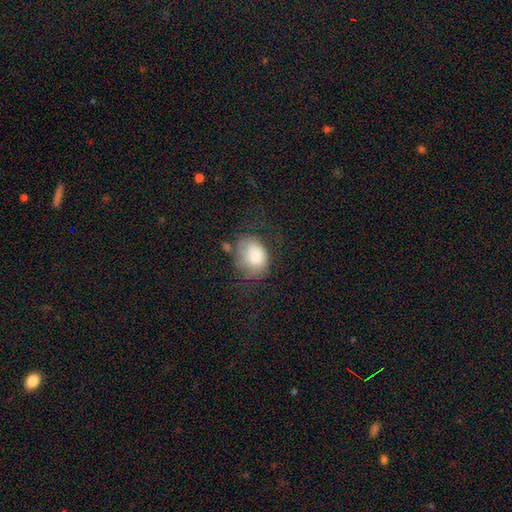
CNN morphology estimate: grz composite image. It shows a smooth galaxy with no disk features (72%) that is in between round and cigar-shaped (57%). Merging: none (36%).